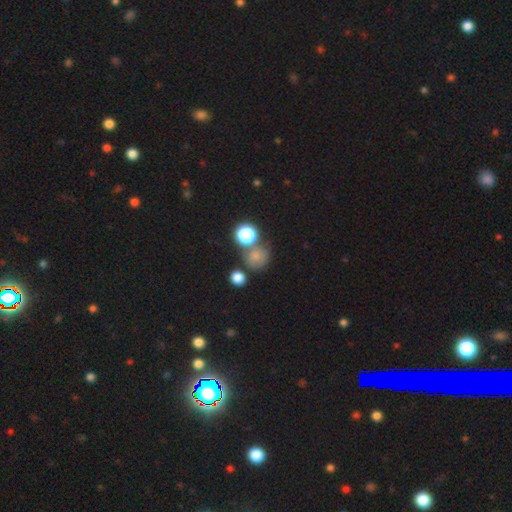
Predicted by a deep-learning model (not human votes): Q: Smooth or featured?
A: smooth (71%); runner-up: star or artifact (19%)
Q: How rounded?
A: round (81%); runner-up: in between (18%)
Q: Merging?
A: none (58%); runner-up: merger (22%)